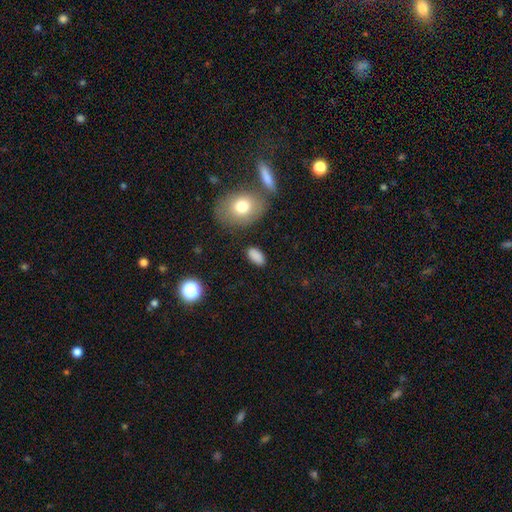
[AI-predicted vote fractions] Q: Smooth or featured?
A: smooth (86%); runner-up: star or artifact (9%)
Q: How rounded?
A: in between (91%); runner-up: round (5%)
Q: Merging?
A: none (83%); runner-up: minor disturbance (11%)